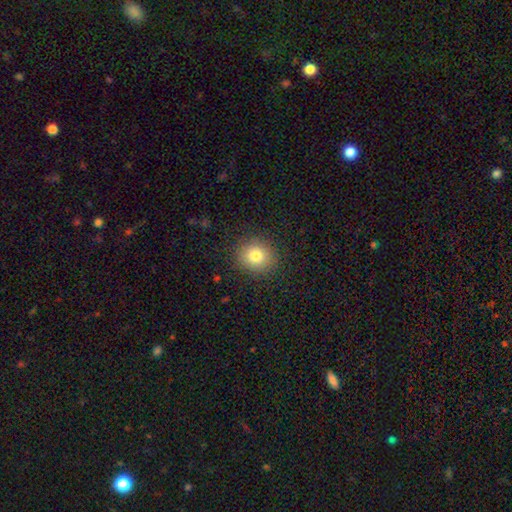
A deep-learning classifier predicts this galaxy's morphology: Smooth or featured? Predicted: smooth (p=0.79). How rounded? Predicted: round (p=0.82). Merging? Predicted: none (p=0.88).